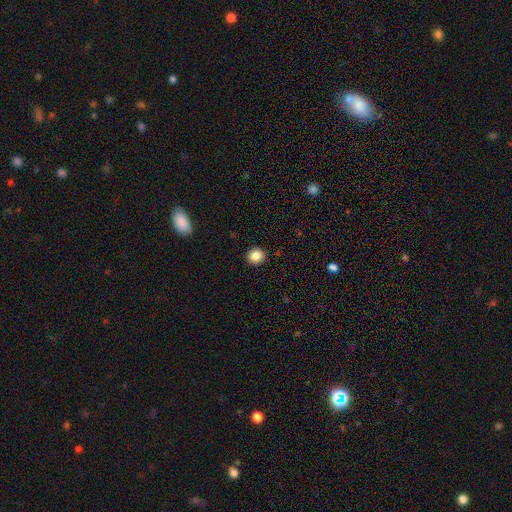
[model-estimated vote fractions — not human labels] Smooth or featured: smooth — 86% (star or artifact — 10%)
How rounded: round — 89% (in between — 10%)
Merging: none — 92% (minor disturbance — 6%)